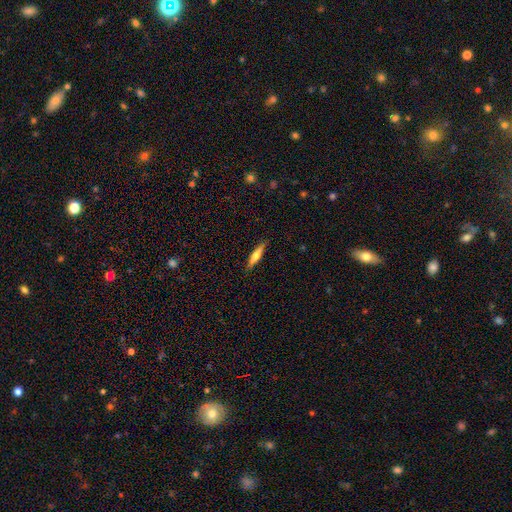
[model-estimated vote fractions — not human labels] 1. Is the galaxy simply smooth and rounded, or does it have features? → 52% smooth, 42% featured or disk, 6% star or artifact.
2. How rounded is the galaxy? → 83% cigar-shaped, 15% in between, 2% round.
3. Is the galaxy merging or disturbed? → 87% none, 9% minor disturbance, 2% major disturbance, 1% merger.